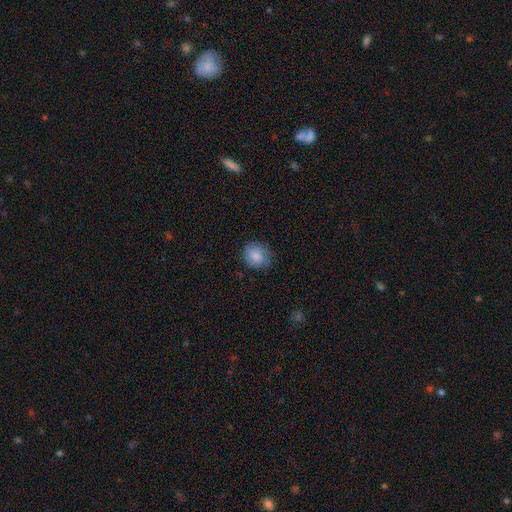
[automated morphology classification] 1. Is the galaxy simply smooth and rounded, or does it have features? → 83% smooth, 9% featured or disk, 7% star or artifact.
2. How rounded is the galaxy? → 74% round, 25% in between, 1% cigar-shaped.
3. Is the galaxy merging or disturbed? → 78% none, 17% minor disturbance, 4% major disturbance, 1% merger.